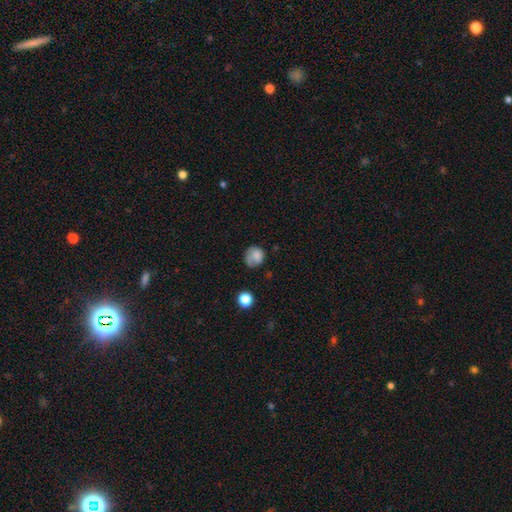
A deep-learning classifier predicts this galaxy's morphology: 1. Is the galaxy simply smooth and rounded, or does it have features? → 76% smooth, 14% featured or disk, 10% star or artifact.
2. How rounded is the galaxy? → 78% round, 21% in between, 1% cigar-shaped.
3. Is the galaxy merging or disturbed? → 54% none, 28% minor disturbance, 15% major disturbance, 3% merger.